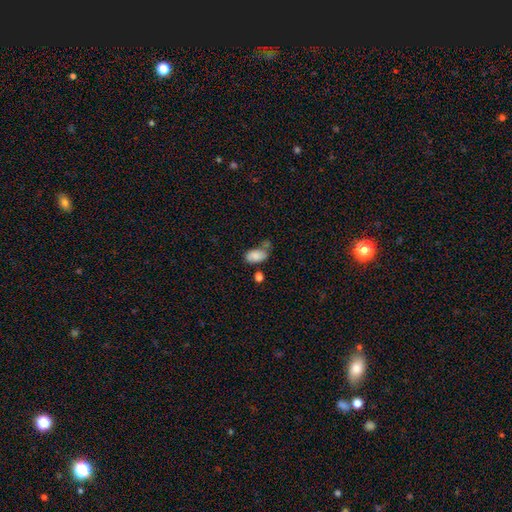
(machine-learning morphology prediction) This is clearly a smooth galaxy (83%). How rounded: clearly in between (92%). Merging: possibly none (45%).